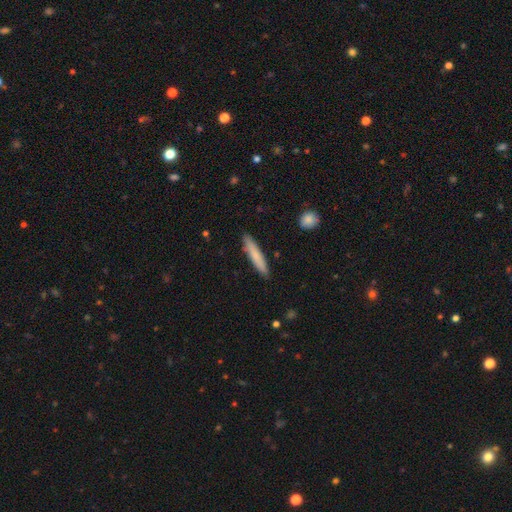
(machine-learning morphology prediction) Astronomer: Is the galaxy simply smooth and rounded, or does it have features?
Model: smooth — 76%.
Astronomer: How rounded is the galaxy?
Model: cigar-shaped — 90%.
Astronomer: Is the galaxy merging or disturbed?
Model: none — 89%.